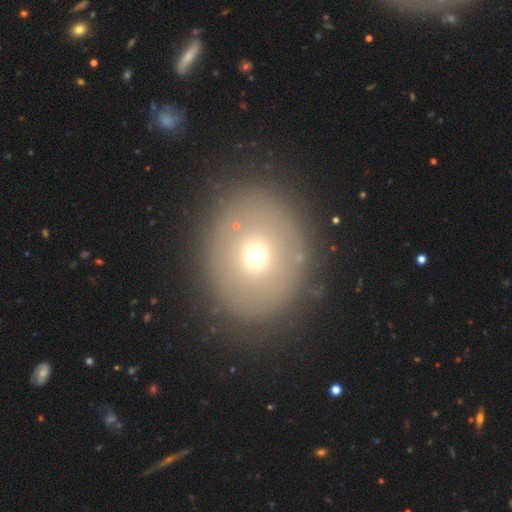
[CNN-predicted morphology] smooth-or-featured: smooth: 62% | featured or disk: 24% | star or artifact: 14%
  how-rounded: round: 58% | in between: 41% | cigar-shaped: 1%
  merging: none: 84% | minor disturbance: 9% | major disturbance: 5% | merger: 2%